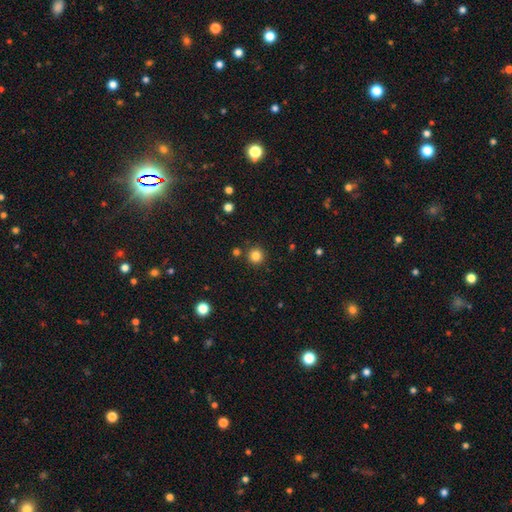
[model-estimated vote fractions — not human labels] Smooth or featured? smooth (83%)
How rounded? round (95%)
Merging? none (88%)